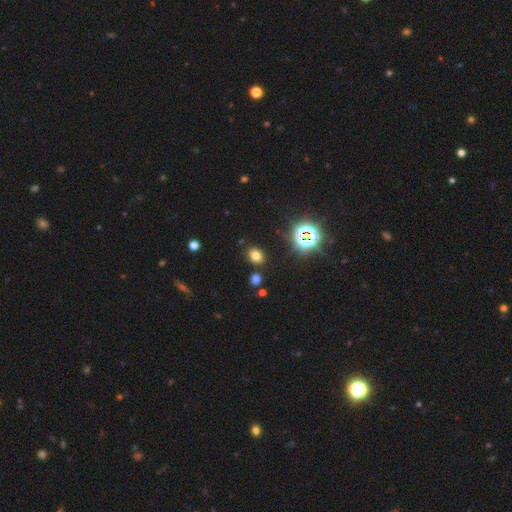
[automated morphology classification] This is likely a smooth galaxy (69%). How rounded: possibly in between (57%). Merging: clearly none (85%).